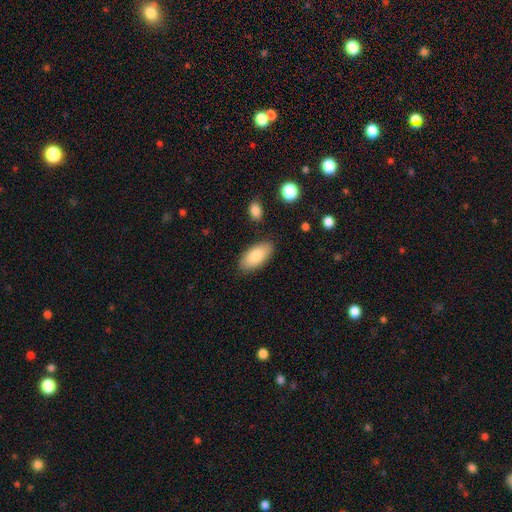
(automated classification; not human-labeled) This is clearly a smooth galaxy (83%). How rounded: clearly in between (92%). Merging: clearly none (84%).